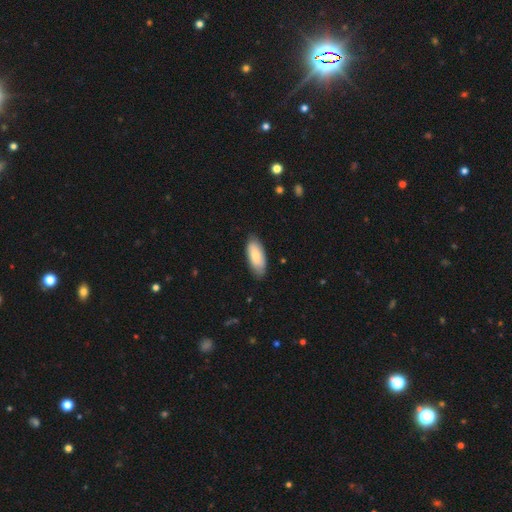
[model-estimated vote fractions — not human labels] Morphology: type=smooth (76%); roundness=in between (86%); merging=none (80%).